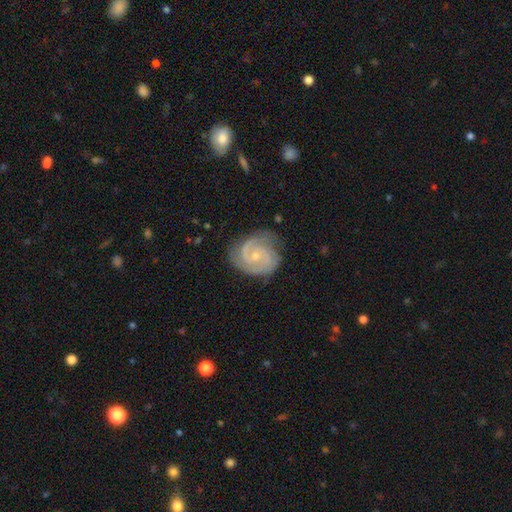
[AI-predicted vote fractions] smooth-or-featured: featured or disk: 90% | smooth: 6% | star or artifact: 5%
  disk-edge-on: no: 98% | yes: 2%
    bar: no: 62% | weak: 32% | strong: 6%
    has-spiral-arms: yes: 98% | no: 2%
      spiral-winding: tight: 60% | medium: 35% | loose: 5%
      spiral-arm-count: 2: 72% | 3: 15% | can't tell: 6% | 1: 3% | 4: 2% | more than 4: 2%
    bulge-size: small: 73% | moderate: 23% | none: 3% | large: 1% | dominant: 1%
  merging: none: 76% | minor disturbance: 18% | major disturbance: 5% | merger: 1%